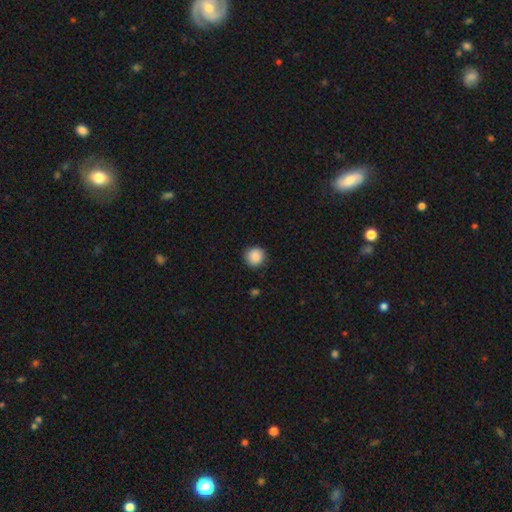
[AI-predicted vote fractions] A smooth galaxy with no disk features (88%) that is round (93%). Merging: none (88%).